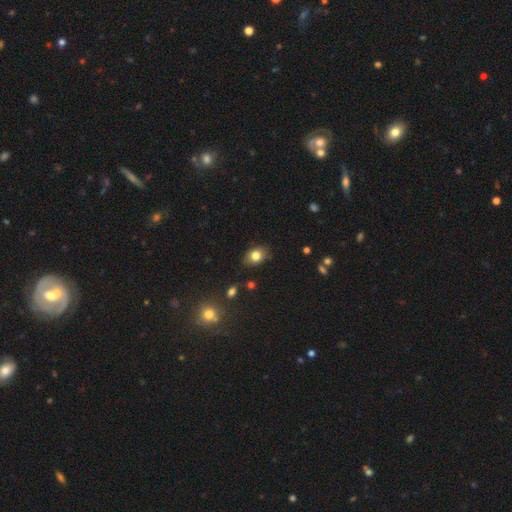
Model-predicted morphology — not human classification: Smooth or featured? Predicted: smooth (p=0.79). How rounded? Predicted: in between (p=0.69). Merging? Predicted: none (p=0.81).